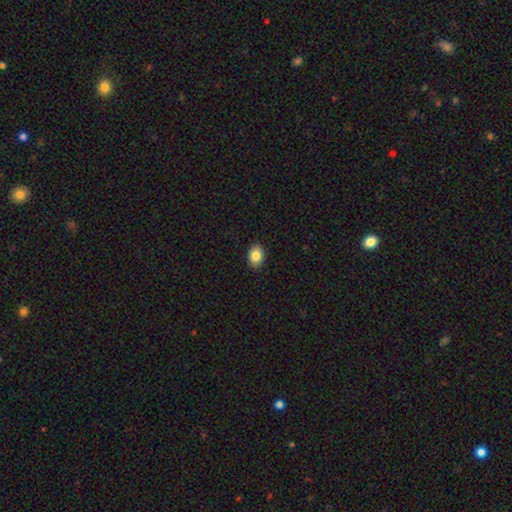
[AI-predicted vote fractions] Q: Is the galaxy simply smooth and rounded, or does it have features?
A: smooth — 85%.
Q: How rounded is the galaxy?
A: in between — 76%.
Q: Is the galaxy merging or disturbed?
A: none — 90%.